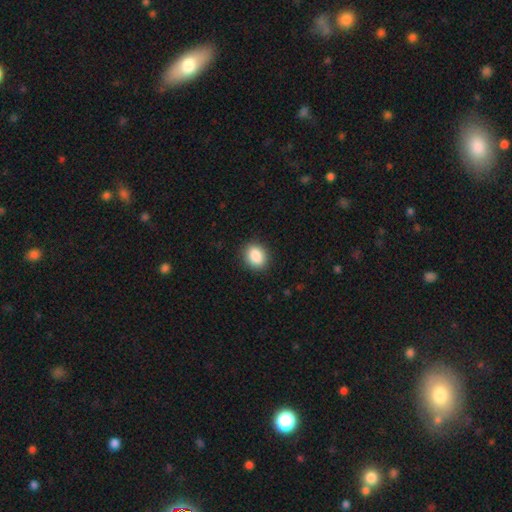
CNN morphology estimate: smooth-or-featured: smooth: 88% | star or artifact: 8% | featured or disk: 4%
  how-rounded: in between: 50% | round: 49% | cigar-shaped: 1%
  merging: none: 89% | minor disturbance: 8% | major disturbance: 2% | merger: 1%